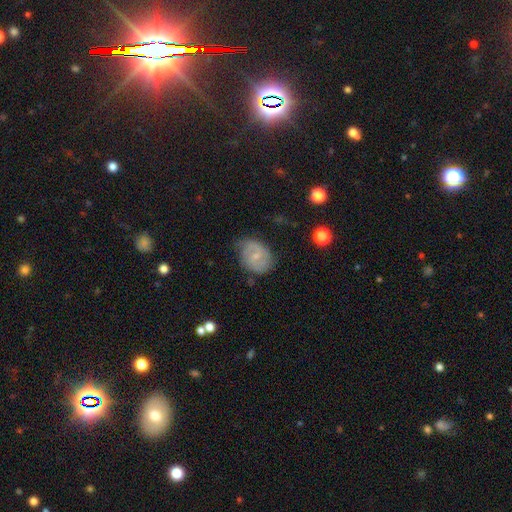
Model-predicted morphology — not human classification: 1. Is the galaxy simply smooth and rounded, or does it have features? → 51% featured or disk, 41% smooth, 8% star or artifact.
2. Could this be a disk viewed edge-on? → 97% no, 3% yes.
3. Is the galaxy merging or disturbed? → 64% none, 27% minor disturbance, 8% major disturbance, 2% merger.